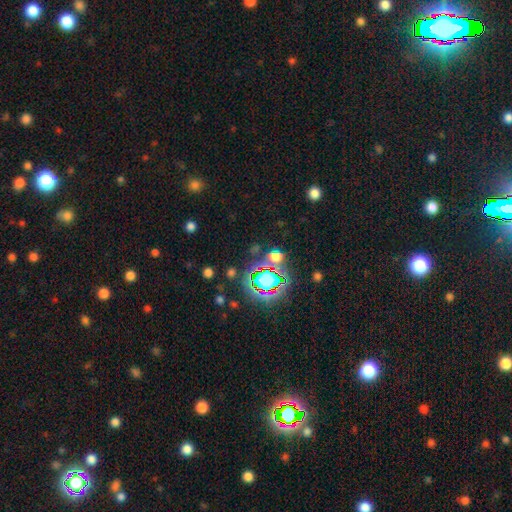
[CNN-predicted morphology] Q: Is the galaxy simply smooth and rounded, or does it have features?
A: star or artifact — 81%.